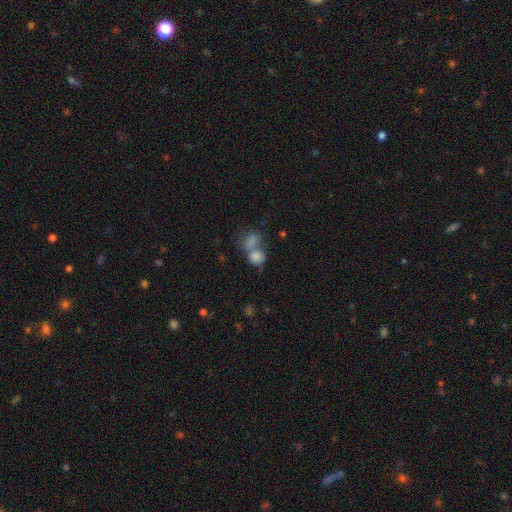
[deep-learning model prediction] smooth 79%, star or artifact 11%, featured or disk 10%. Down the decision tree: how rounded — round (60%); merging — merger (58%).